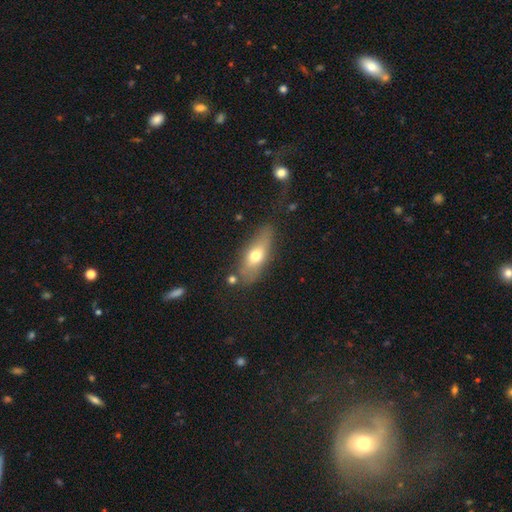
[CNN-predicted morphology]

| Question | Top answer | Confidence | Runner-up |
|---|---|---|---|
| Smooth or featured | smooth | 62% | featured or disk (31%) |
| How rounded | in between | 65% | cigar-shaped (31%) |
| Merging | none | 73% | minor disturbance (17%) |